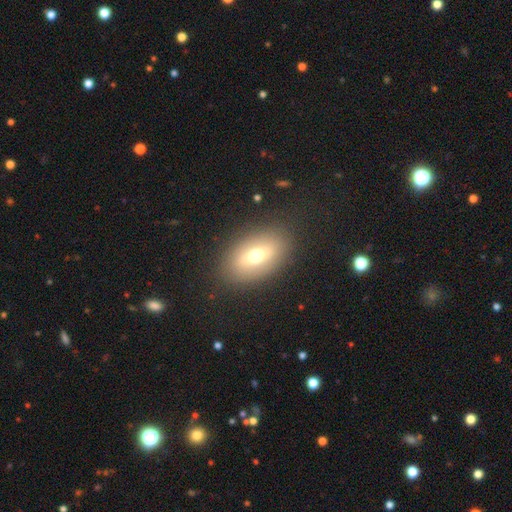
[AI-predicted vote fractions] A smooth galaxy with no disk features (59%) that is in between round and cigar-shaped (84%).

Vote fractions:
- Smooth or featured? smooth: 59% / featured or disk: 31% / star or artifact: 10%
- How rounded? in between: 84% / round: 12% / cigar-shaped: 4%
- Merging? none: 85% / minor disturbance: 9% / major disturbance: 4% / merger: 1%